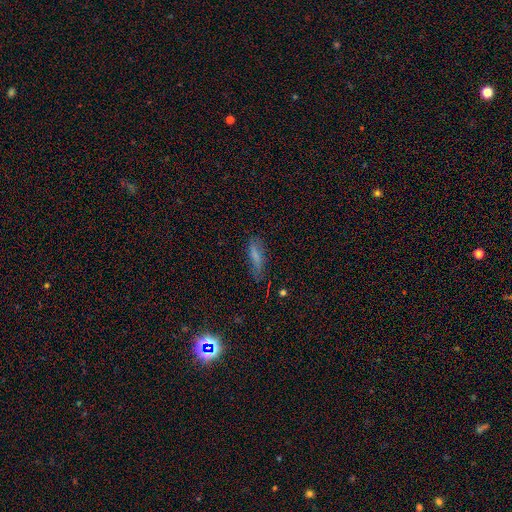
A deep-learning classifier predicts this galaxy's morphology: This appears to be a smooth galaxy with no disk features (70%) that is cigar-shaped (55%). Merging: none (67%).